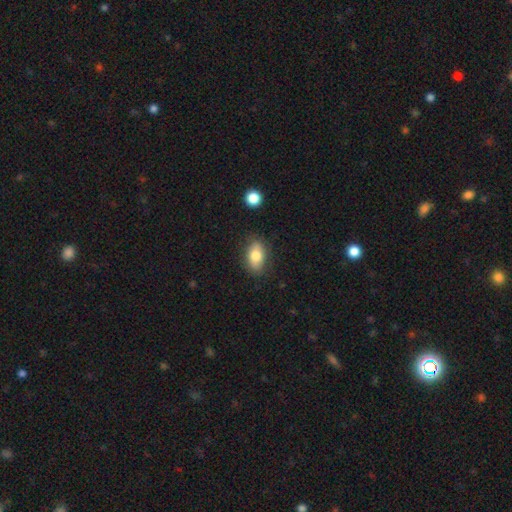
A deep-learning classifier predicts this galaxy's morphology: smooth-or-featured: smooth: 78% | featured or disk: 15% | star or artifact: 8%
  how-rounded: in between: 89% | round: 8% | cigar-shaped: 3%
  merging: none: 81% | minor disturbance: 14% | major disturbance: 3% | merger: 2%